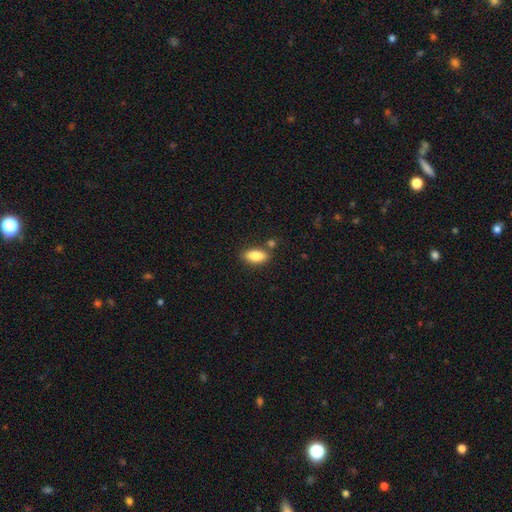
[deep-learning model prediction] Smooth or featured?
  - smooth: 87% *
  - star or artifact: 7%
  - featured or disk: 7%
How rounded?
  - in between: 87% *
  - cigar-shaped: 10%
  - round: 3%
Merging?
  - none: 78% *
  - minor disturbance: 12%
  - merger: 8%
  - major disturbance: 3%